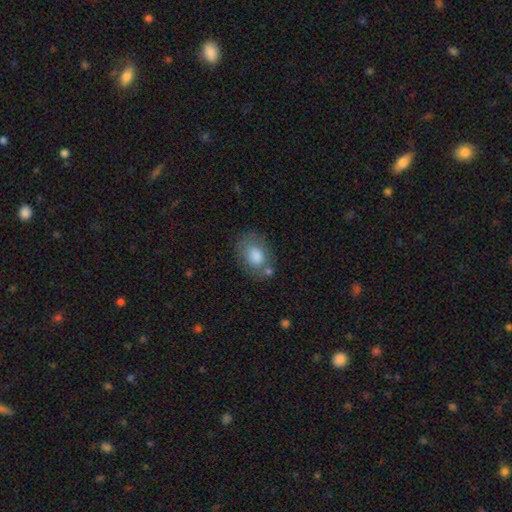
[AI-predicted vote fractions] A smooth galaxy with no disk features (79%) that is in between round and cigar-shaped (74%).

Vote fractions:
- Smooth or featured? smooth: 79% / featured or disk: 13% / star or artifact: 7%
- How rounded? in between: 74% / round: 25% / cigar-shaped: 1%
- Merging? none: 66% / minor disturbance: 19% / merger: 8% / major disturbance: 7%